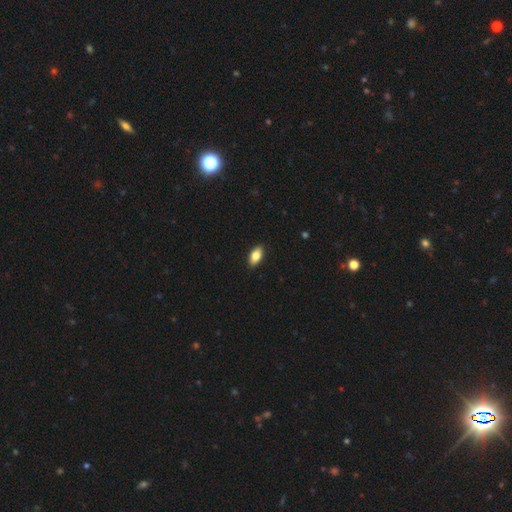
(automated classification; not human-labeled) Morphology: type=smooth (82%); roundness=in between (91%); merging=none (90%).